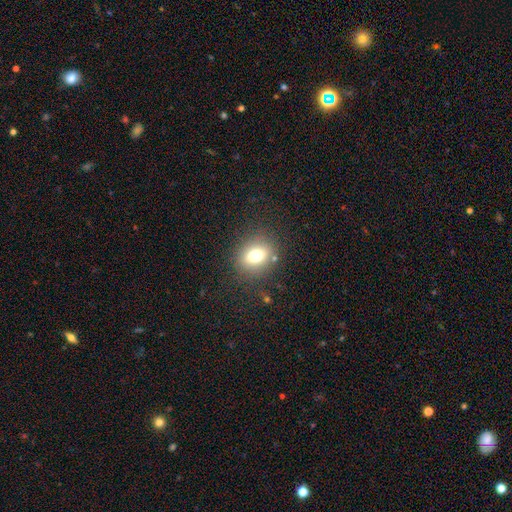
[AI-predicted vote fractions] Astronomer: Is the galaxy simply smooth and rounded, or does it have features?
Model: smooth — 73%.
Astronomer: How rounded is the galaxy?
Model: in between — 50% (runner-up: round, 49%).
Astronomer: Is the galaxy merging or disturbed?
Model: none — 82%.